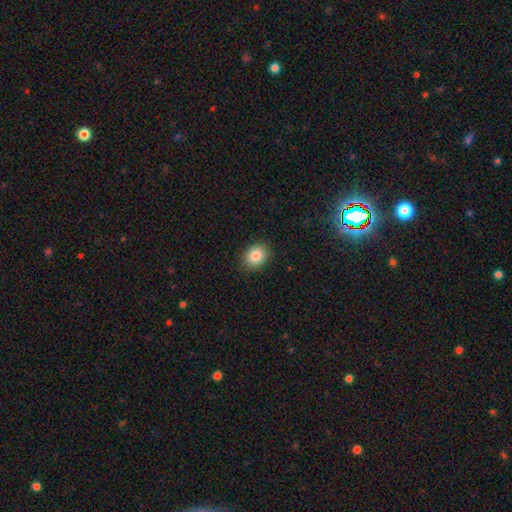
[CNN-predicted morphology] Smooth or featured? Predicted: smooth (p=0.84). How rounded? Predicted: round (p=0.52). Merging? Predicted: none (p=0.89).